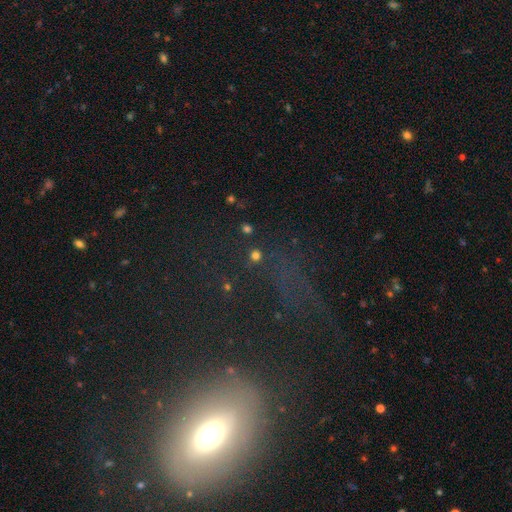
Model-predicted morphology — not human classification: Q: Smooth or featured?
A: smooth (72%); runner-up: star or artifact (22%)
Q: How rounded?
A: round (91%); runner-up: in between (8%)
Q: Merging?
A: none (83%); runner-up: minor disturbance (7%)